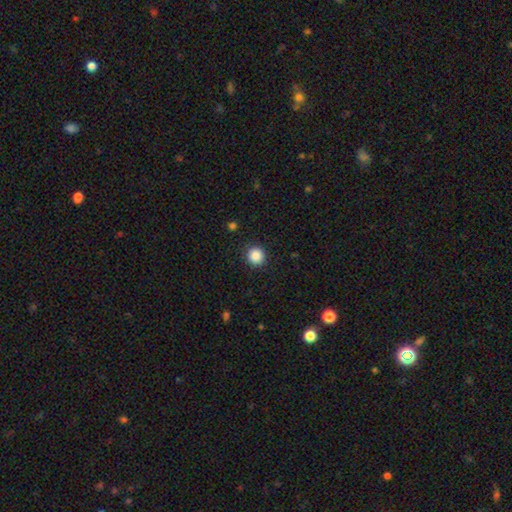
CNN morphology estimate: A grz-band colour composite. It shows a smooth galaxy with no disk features (87%) that is round (94%). Merging: none (91%).